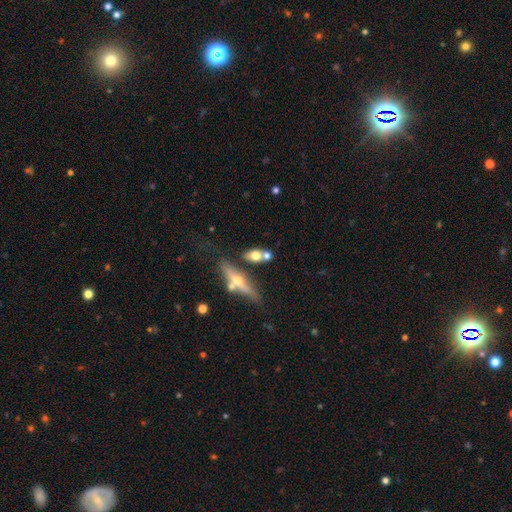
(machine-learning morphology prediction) smooth_or_featured: smooth (p=0.55) [alt: featured or disk p=0.36]
how_rounded: in between (p=0.57) [alt: cigar-shaped p=0.28]
merging: none (p=0.46) [alt: merger p=0.34]